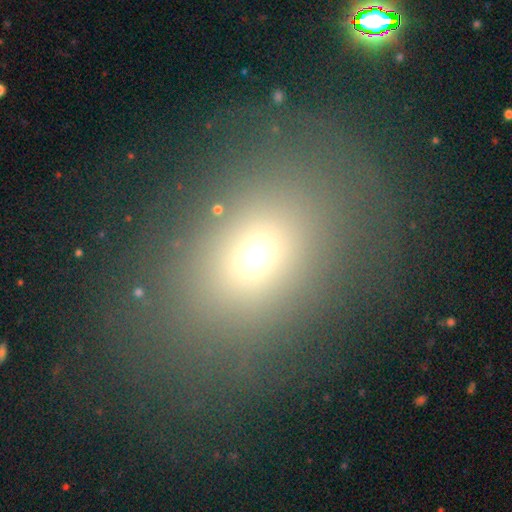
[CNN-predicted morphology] smooth-or-featured: smooth: 66% | star or artifact: 21% | featured or disk: 13%
  how-rounded: in between: 63% | round: 36% | cigar-shaped: 2%
  merging: none: 72% | minor disturbance: 13% | major disturbance: 11% | merger: 4%